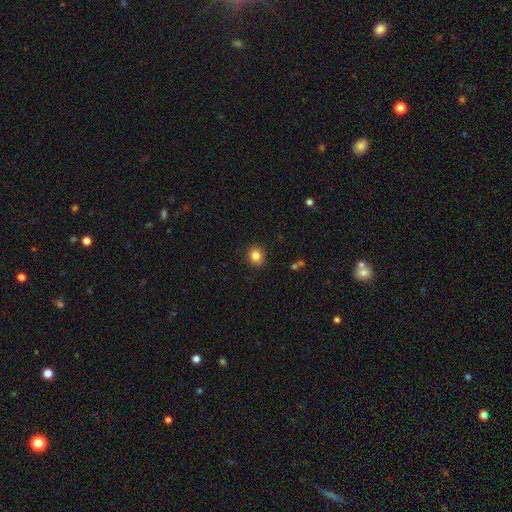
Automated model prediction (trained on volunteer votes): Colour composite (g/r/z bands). It shows a smooth galaxy with no disk features (83%) that is round (80%). Merging: none (89%).